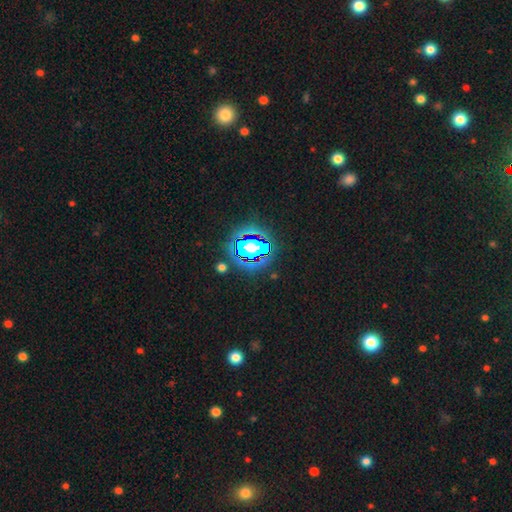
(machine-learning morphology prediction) Smooth or featured: star or artifact — 76% (smooth — 14%)